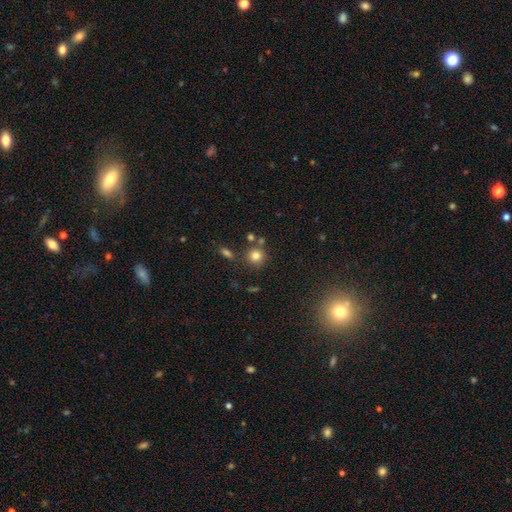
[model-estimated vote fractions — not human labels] Smooth or featured? Predicted: smooth (p=0.80). How rounded? Predicted: round (p=0.90). Merging? Predicted: none (p=0.74).